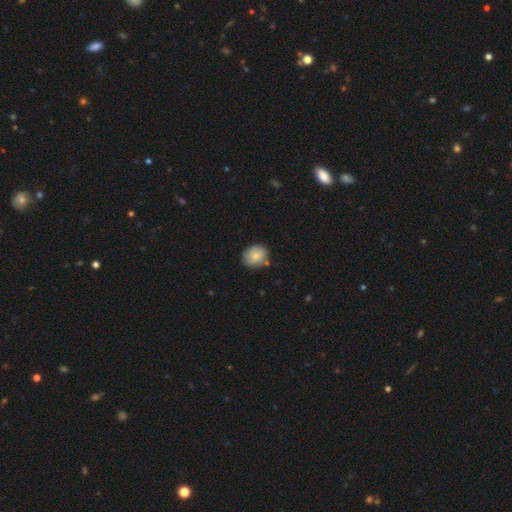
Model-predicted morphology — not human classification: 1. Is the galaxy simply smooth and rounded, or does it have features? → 82% smooth, 11% featured or disk, 7% star or artifact.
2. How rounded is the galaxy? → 51% round, 48% in between, 1% cigar-shaped.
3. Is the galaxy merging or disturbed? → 72% none, 21% minor disturbance, 4% merger, 3% major disturbance.